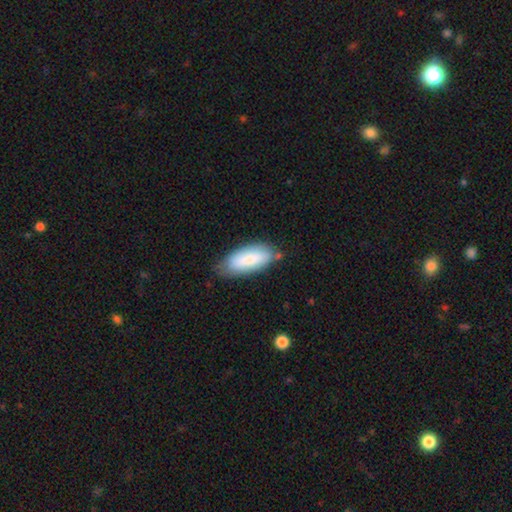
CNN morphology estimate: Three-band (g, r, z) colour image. It shows a smooth galaxy with no disk features (80%) that is in between round and cigar-shaped (81%). Merging: none (68%).